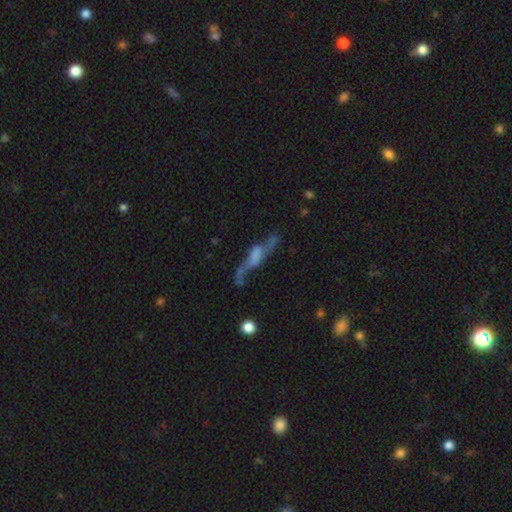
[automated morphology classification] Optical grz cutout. It shows a featured or disk galaxy (70%) viewed edge-on (56%). Merging: none (55%).